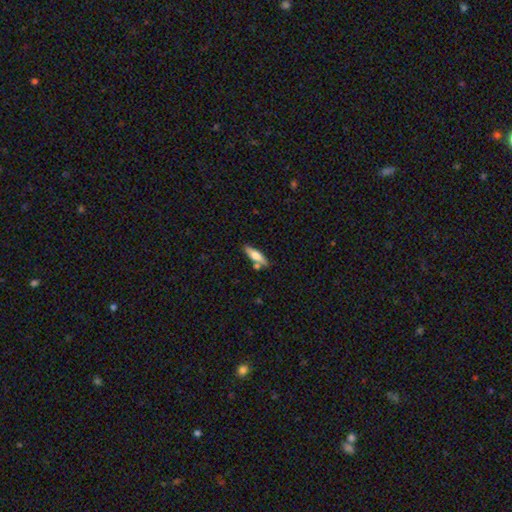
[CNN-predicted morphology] A smooth galaxy with no disk features (61%) that is cigar-shaped (64%).

Vote fractions:
- Smooth or featured? smooth: 61% / featured or disk: 33% / star or artifact: 6%
- How rounded? cigar-shaped: 64% / in between: 34% / round: 2%
- Merging? none: 74% / minor disturbance: 12% / merger: 11% / major disturbance: 3%